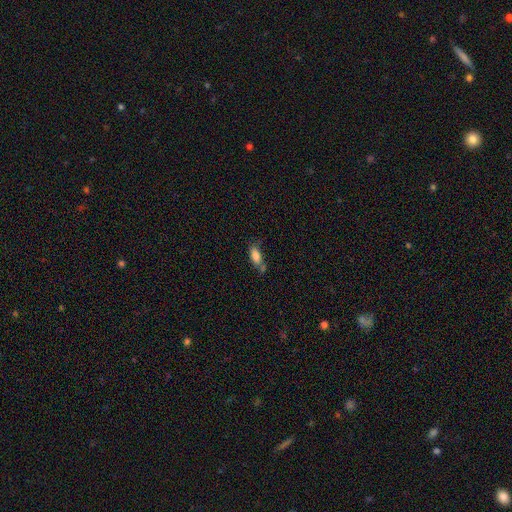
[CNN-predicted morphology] smooth 82%, featured or disk 9%, star or artifact 8%. Down the decision tree: how rounded — in between (83%); merging — none (49%).